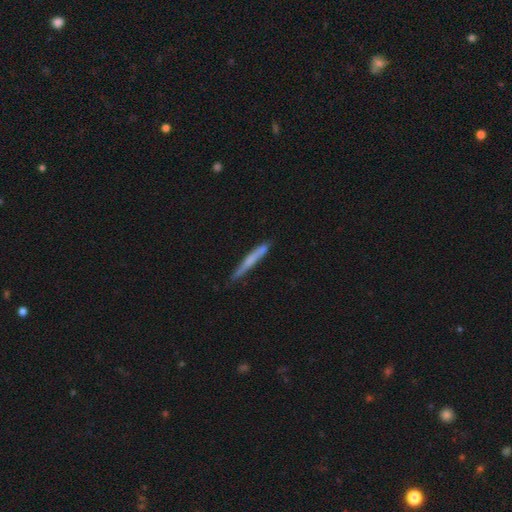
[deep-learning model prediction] This appears to be a smooth galaxy with no disk features (58%) that is cigar-shaped (96%). Merging: none (83%).